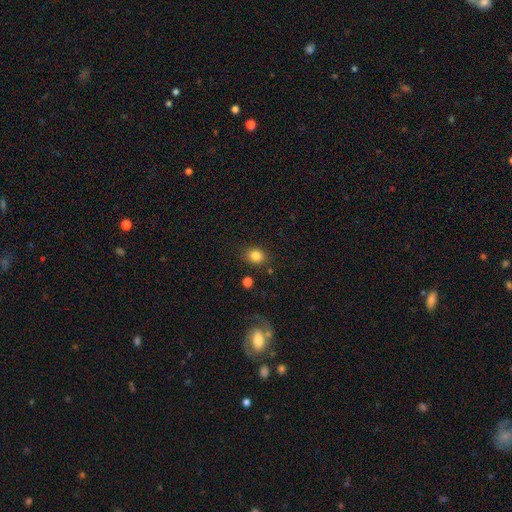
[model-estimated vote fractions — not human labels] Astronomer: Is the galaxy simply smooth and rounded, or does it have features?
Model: smooth — 83%.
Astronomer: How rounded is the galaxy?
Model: round — 61% (runner-up: in between, 38%).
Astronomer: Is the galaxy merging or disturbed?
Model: none — 82%.